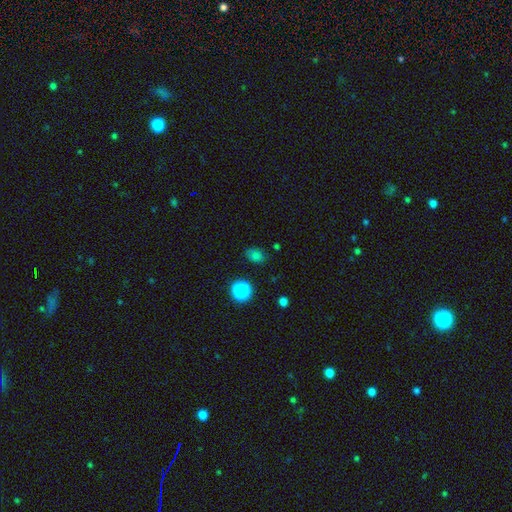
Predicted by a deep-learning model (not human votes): A smooth galaxy with no disk features (66%) that is in between round and cigar-shaped (53%). Merging: none (83%).